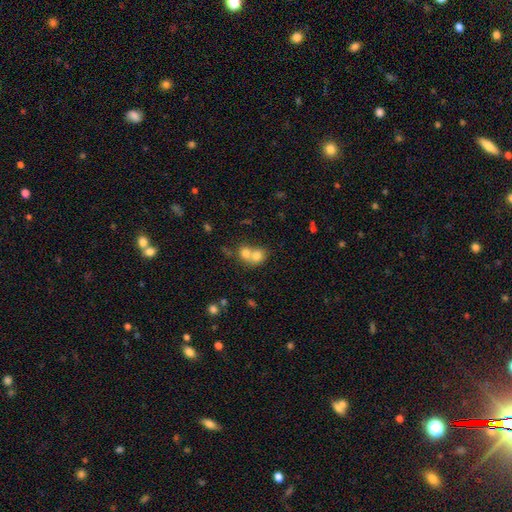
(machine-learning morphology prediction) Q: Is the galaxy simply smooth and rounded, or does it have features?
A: smooth — 73%.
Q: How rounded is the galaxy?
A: round — 68%.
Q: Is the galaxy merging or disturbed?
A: merger — 68%.